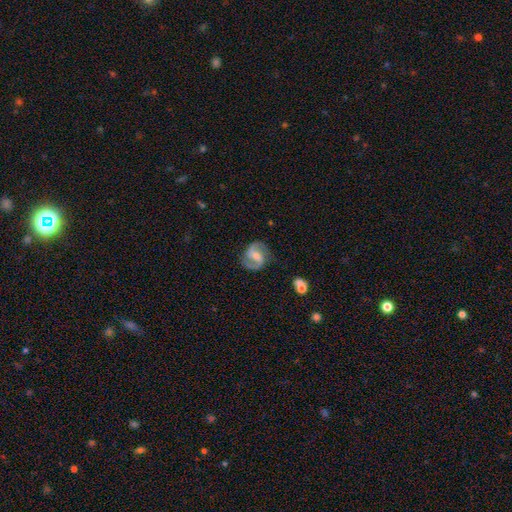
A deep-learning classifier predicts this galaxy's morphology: Smooth or featured?
  - featured or disk: 84% *
  - smooth: 11%
  - star or artifact: 5%
Edge-on disk?
  - no: 98% *
  - yes: 2%
Bar?
  - weak: 49% *
  - strong: 31%
  - no: 20%
Spiral arms?
  - yes: 95% *
  - no: 5%
Spiral winding?
  - medium: 54% *
  - loose: 27%
  - tight: 19%
Spiral arm count?
  - 2: 91% *
  - can't tell: 3%
  - 1: 2%
  - 3: 1%
  - 4: 1%
  - more than 4: 1%
Bulge size?
  - moderate: 52% *
  - small: 39%
  - none: 5%
  - large: 4%
  - dominant: 1%
Merging?
  - none: 78% *
  - minor disturbance: 15%
  - major disturbance: 5%
  - merger: 2%